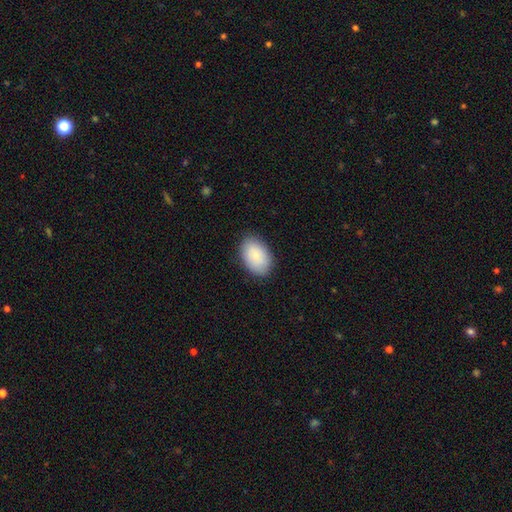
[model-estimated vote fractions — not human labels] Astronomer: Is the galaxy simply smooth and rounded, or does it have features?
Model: smooth — 84%.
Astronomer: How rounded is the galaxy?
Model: in between — 90%.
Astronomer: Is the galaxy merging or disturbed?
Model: none — 86%.